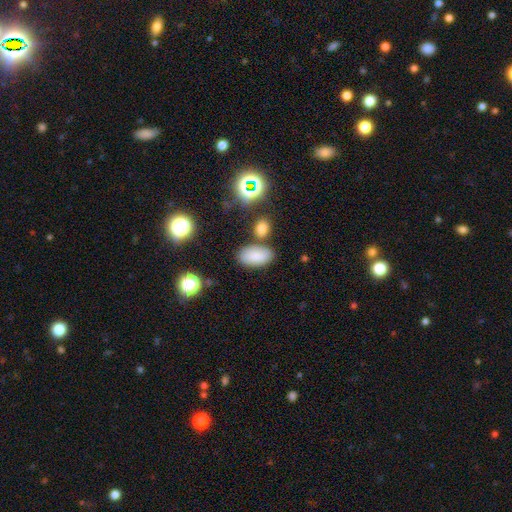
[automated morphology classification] Q: Smooth or featured?
A: smooth (82%); runner-up: star or artifact (10%)
Q: How rounded?
A: in between (94%); runner-up: round (4%)
Q: Merging?
A: none (75%); runner-up: minor disturbance (12%)